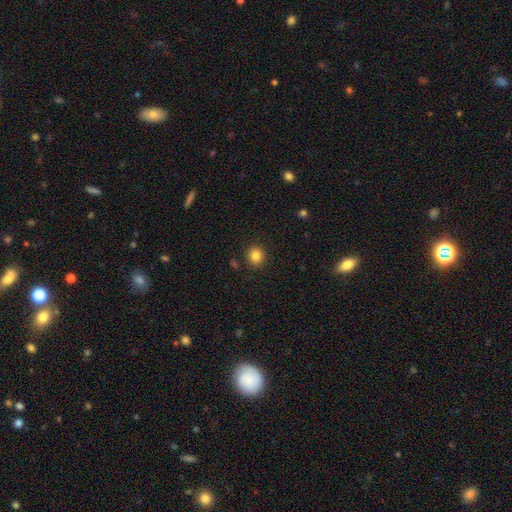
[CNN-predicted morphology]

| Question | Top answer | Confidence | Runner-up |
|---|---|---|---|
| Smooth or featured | smooth | 84% | star or artifact (11%) |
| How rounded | round | 89% | in between (10%) |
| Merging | none | 90% | minor disturbance (6%) |